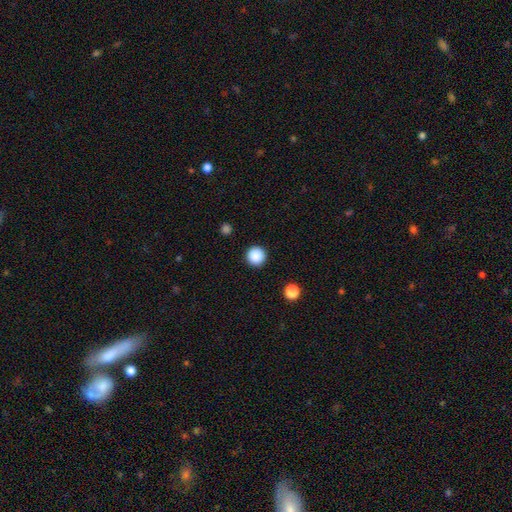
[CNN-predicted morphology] smooth_or_featured: smooth (p=0.88) [alt: star or artifact p=0.10]
how_rounded: round (p=0.96) [alt: in between p=0.03]
merging: none (p=0.92) [alt: minor disturbance p=0.05]